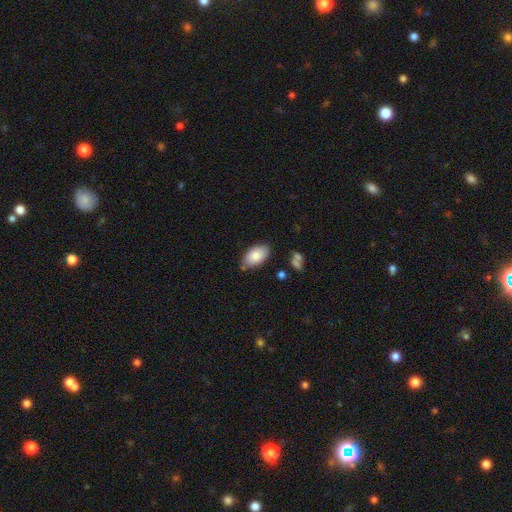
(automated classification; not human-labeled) The model was most divided on "merging": none: 76%, minor disturbance: 17%, merger: 4%, major disturbance: 3%. More confident: how rounded — in between (94%); smooth or featured — smooth (85%).